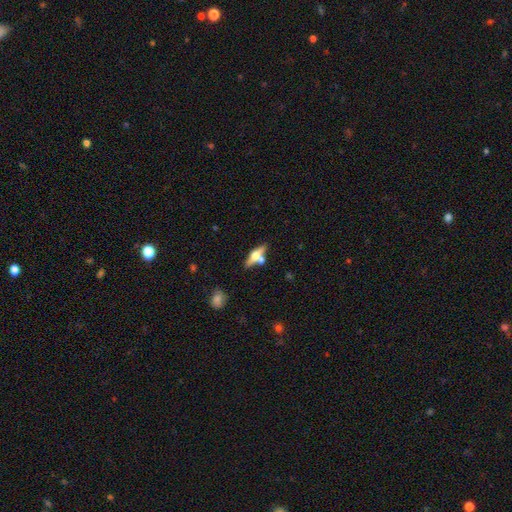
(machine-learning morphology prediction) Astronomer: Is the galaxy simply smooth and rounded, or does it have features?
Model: featured or disk — 56% (runner-up: smooth, 37%).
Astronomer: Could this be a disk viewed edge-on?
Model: yes — 91%.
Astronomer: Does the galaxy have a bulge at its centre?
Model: rounded — 94%.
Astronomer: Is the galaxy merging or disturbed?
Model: none — 61%.